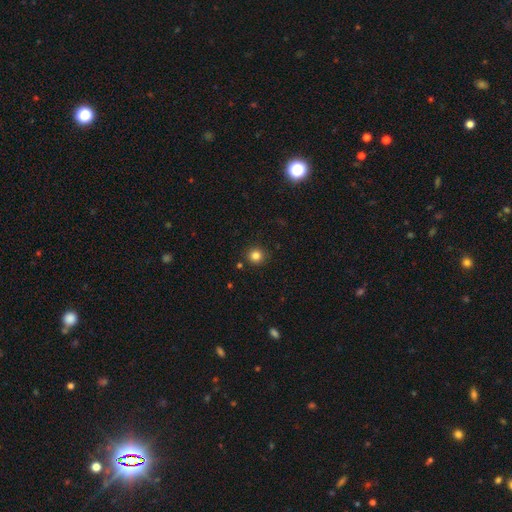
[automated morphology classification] The model was most divided on "smooth or featured": smooth: 83%, star or artifact: 12%, featured or disk: 5%. More confident: how rounded — round (93%); merging — none (90%).